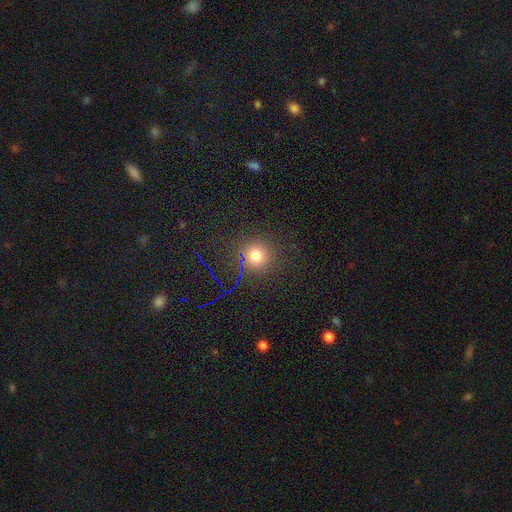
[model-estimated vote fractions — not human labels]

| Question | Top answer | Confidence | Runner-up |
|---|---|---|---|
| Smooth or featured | smooth | 70% | star or artifact (23%) |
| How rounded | round | 92% | in between (7%) |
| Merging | none | 86% | minor disturbance (8%) |